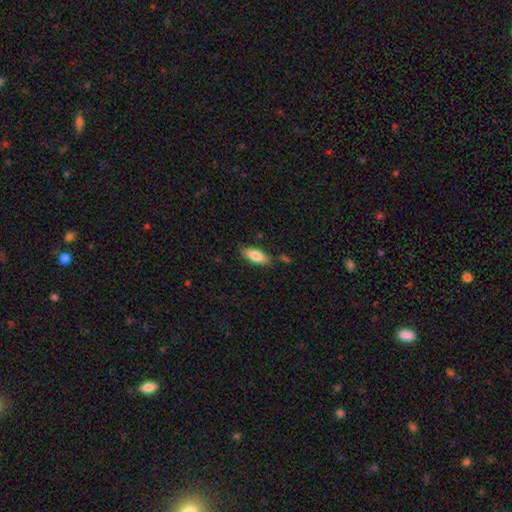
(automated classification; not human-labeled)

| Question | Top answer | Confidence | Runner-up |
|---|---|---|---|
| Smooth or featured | smooth | 80% | featured or disk (13%) |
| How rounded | in between | 73% | cigar-shaped (25%) |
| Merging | none | 80% | minor disturbance (14%) |